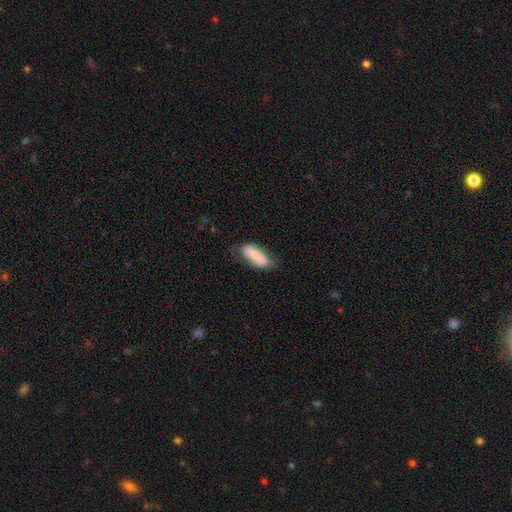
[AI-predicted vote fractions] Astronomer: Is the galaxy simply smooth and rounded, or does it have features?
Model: smooth — 69%.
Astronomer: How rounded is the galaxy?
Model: in between — 67%.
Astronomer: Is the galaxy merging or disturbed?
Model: none — 58%.